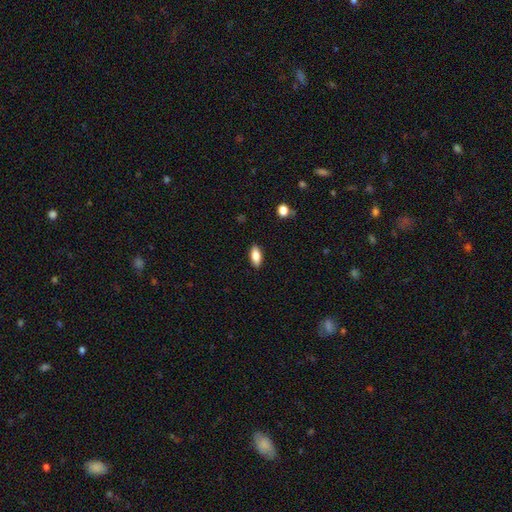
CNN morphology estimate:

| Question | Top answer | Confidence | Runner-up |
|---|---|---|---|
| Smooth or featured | smooth | 80% | featured or disk (13%) |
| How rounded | in between | 85% | cigar-shaped (12%) |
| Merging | none | 88% | minor disturbance (9%) |